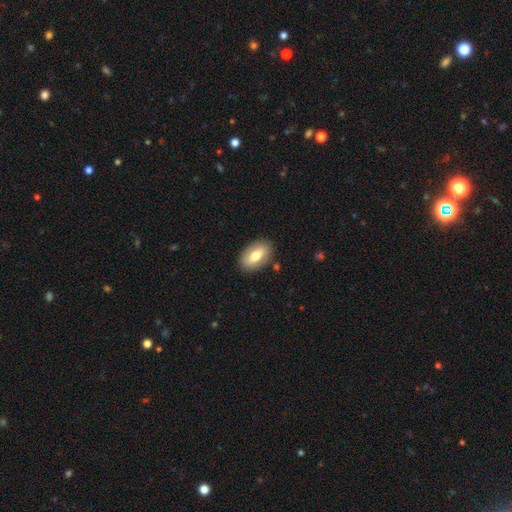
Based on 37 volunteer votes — Volunteers were most divided on "smooth or featured": smooth: 73%, featured or disk: 24%, star or artifact: 3%. More confident: how rounded — in between (93%); merging — none (81%).